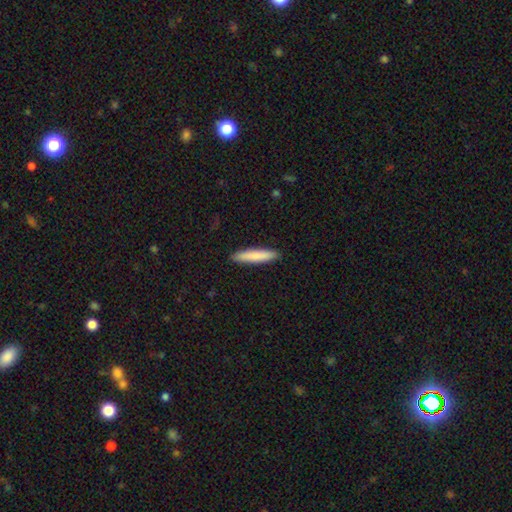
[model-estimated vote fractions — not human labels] A smooth galaxy with no disk features (83%) that is cigar-shaped (91%). Merging: none (91%).